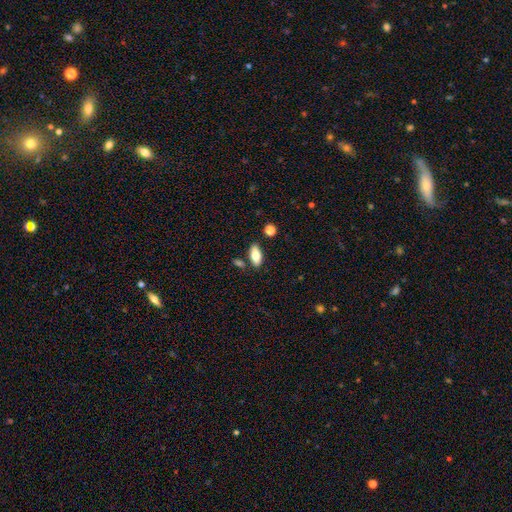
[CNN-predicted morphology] Smooth or featured? smooth (78%)
How rounded? in between (88%)
Merging? none (81%)